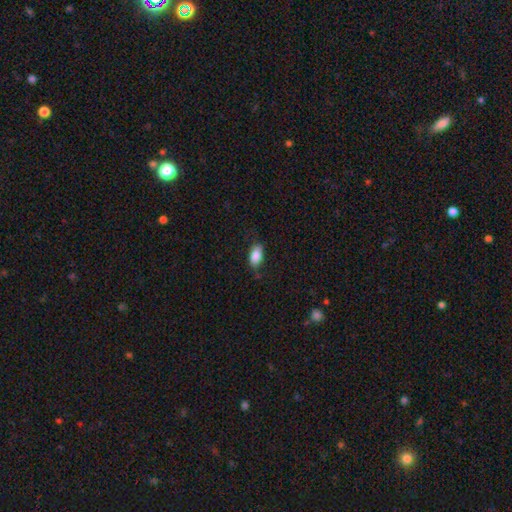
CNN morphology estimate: type=smooth (86%); roundness=in between (91%); merging=none (77%).